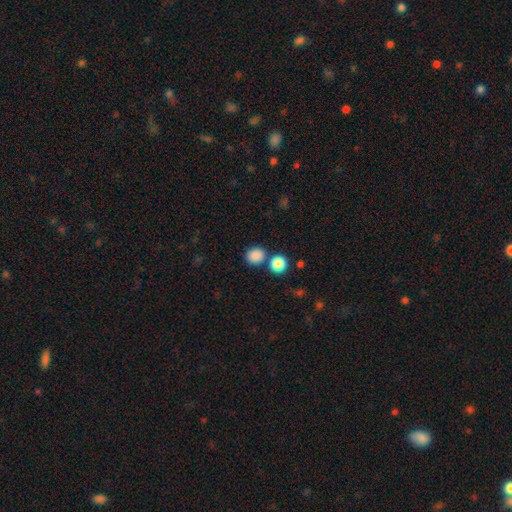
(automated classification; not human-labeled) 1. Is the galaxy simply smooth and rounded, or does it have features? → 86% smooth, 10% star or artifact, 3% featured or disk.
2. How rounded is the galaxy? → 74% round, 25% in between, 1% cigar-shaped.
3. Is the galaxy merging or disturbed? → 73% none, 15% merger, 9% minor disturbance, 3% major disturbance.